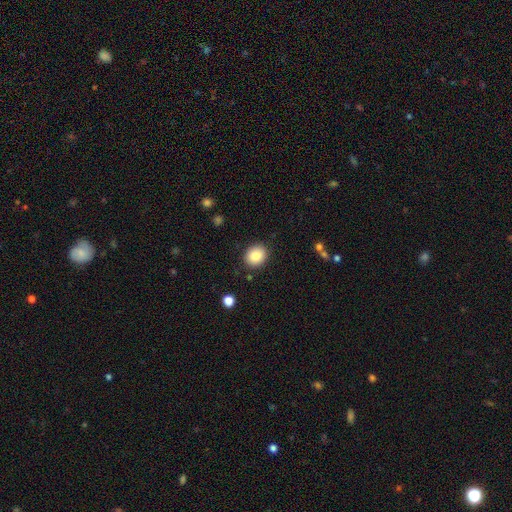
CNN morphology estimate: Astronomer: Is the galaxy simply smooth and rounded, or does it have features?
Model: smooth — 84%.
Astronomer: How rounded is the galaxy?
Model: round — 69%.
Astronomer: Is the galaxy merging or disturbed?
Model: none — 89%.